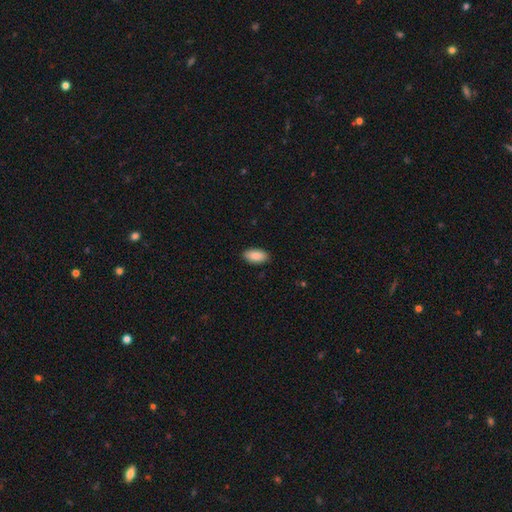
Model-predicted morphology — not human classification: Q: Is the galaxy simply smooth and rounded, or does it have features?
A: smooth — 90%.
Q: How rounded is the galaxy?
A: in between — 94%.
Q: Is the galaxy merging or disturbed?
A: none — 89%.